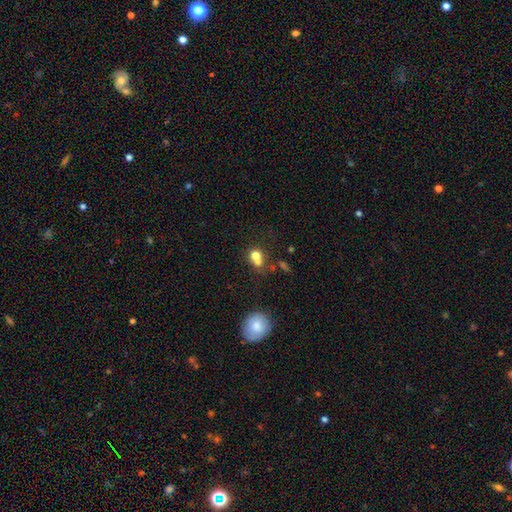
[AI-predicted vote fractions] Smooth or featured? smooth (72%)
How rounded? round (71%)
Merging? merger (55%)